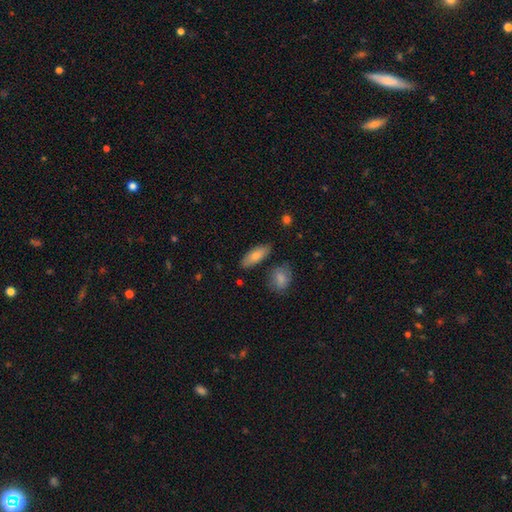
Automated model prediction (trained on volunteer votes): Smooth or featured?
  - smooth: 77% *
  - featured or disk: 17%
  - star or artifact: 6%
How rounded?
  - in between: 71% *
  - cigar-shaped: 26%
  - round: 3%
Merging?
  - none: 82% *
  - minor disturbance: 11%
  - merger: 4%
  - major disturbance: 2%